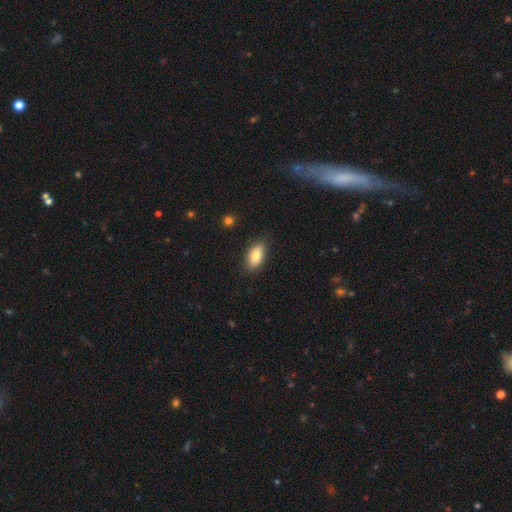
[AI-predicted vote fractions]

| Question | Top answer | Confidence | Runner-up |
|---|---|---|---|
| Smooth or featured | smooth | 81% | featured or disk (12%) |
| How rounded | in between | 89% | cigar-shaped (6%) |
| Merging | none | 84% | minor disturbance (12%) |